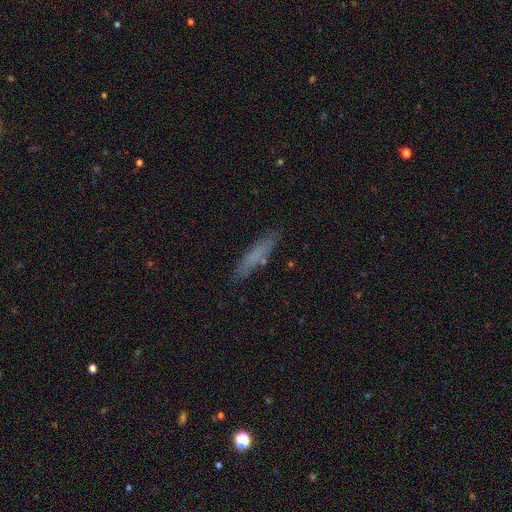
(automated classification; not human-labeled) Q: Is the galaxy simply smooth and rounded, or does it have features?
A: smooth — 70%.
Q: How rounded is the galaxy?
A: cigar-shaped — 87%.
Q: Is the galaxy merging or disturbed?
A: none — 83%.